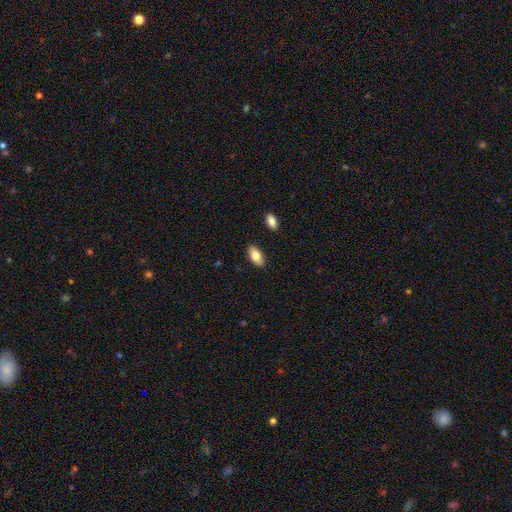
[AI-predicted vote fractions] Smooth or featured?
  - smooth: 81% *
  - featured or disk: 12%
  - star or artifact: 7%
How rounded?
  - in between: 92% *
  - cigar-shaped: 5%
  - round: 3%
Merging?
  - none: 87% *
  - minor disturbance: 9%
  - major disturbance: 2%
  - merger: 2%